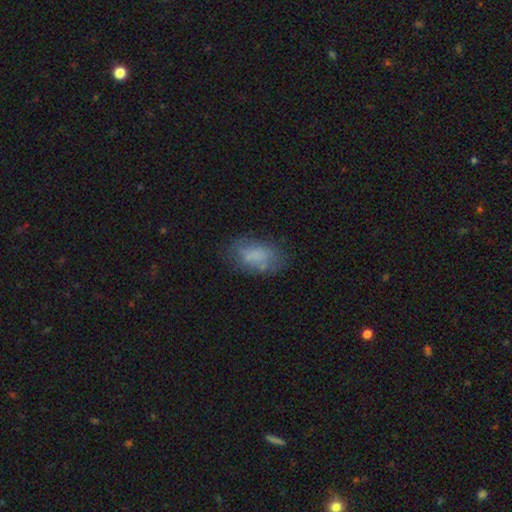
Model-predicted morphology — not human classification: A smooth galaxy with no disk features (68%) that is in between round and cigar-shaped (91%).

Vote fractions:
- Smooth or featured? smooth: 68% / featured or disk: 23% / star or artifact: 10%
- How rounded? in between: 91% / round: 7% / cigar-shaped: 3%
- Merging? none: 60% / minor disturbance: 24% / major disturbance: 12% / merger: 4%